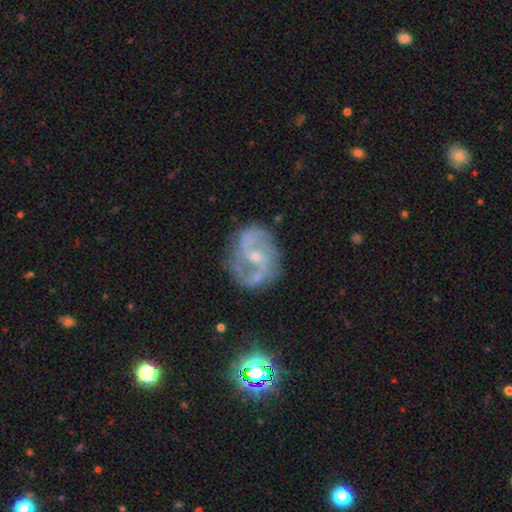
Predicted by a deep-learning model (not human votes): Morphology: type=featured or disk (86%); edge-on=no (98%); bar=weak (44%); spiral arms=yes (95%); winding=medium (53%); arm count=2 (86%); bulge=small (66%); merging=none (72%).